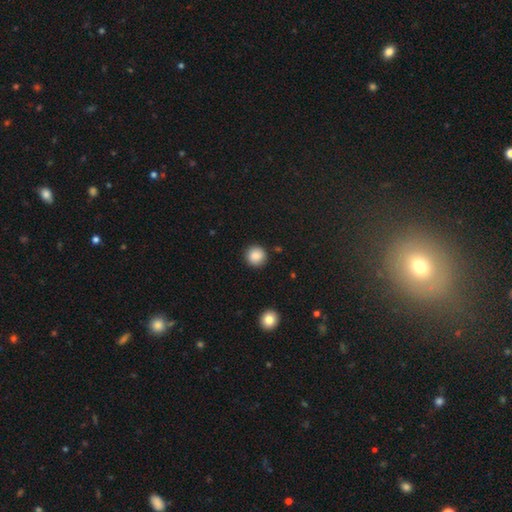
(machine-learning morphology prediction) This appears to be a smooth galaxy with no disk features (87%) that is round (94%). Merging: none (91%).